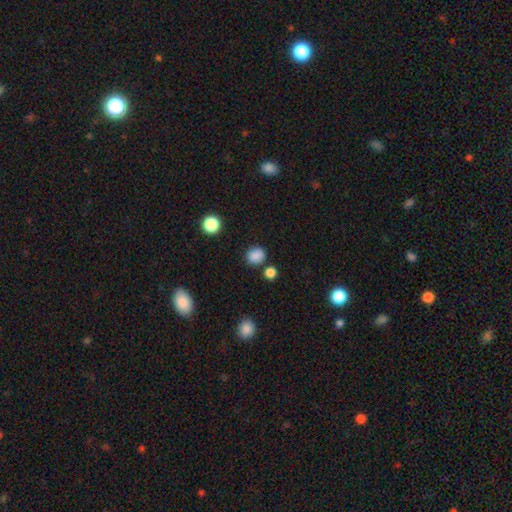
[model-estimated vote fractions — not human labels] Smooth or featured: smooth — 85% (star or artifact — 12%)
How rounded: round — 79% (in between — 20%)
Merging: none — 79% (minor disturbance — 10%)